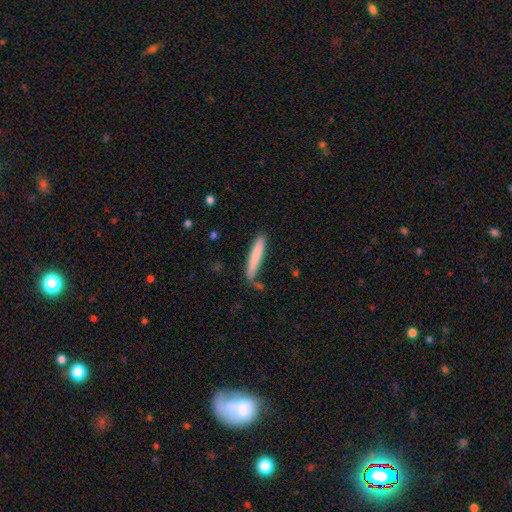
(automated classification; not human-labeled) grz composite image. It shows a smooth galaxy with no disk features (77%) that is cigar-shaped (93%). Merging: none (78%).